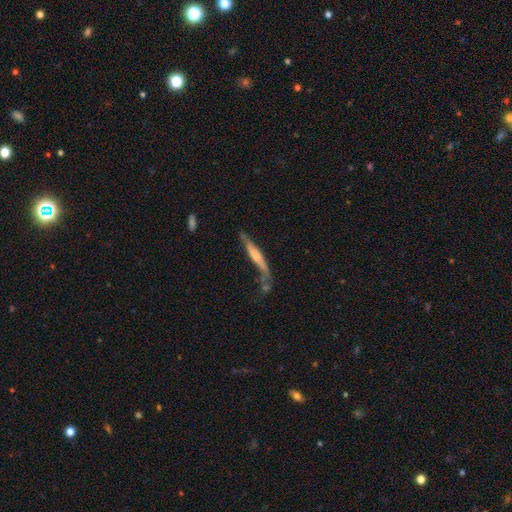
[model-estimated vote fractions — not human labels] A featured or disk galaxy (49%).

Vote fractions:
- Smooth or featured? featured or disk: 49% / smooth: 45% / star or artifact: 6%
- Merging? none: 45% / minor disturbance: 25% / merger: 15% / major disturbance: 15%